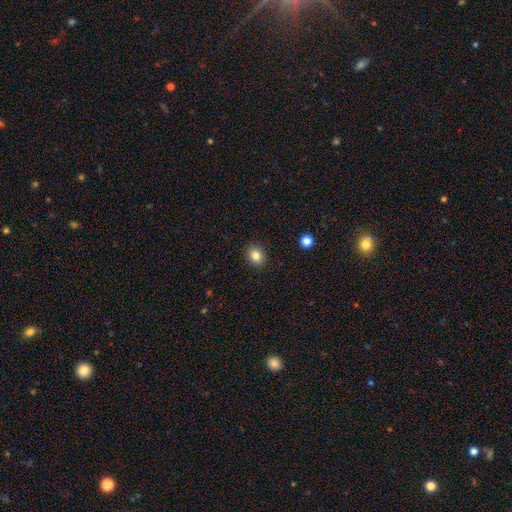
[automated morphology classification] Smooth or featured? Predicted: smooth (p=0.83). How rounded? Predicted: round (p=0.76). Merging? Predicted: none (p=0.91).